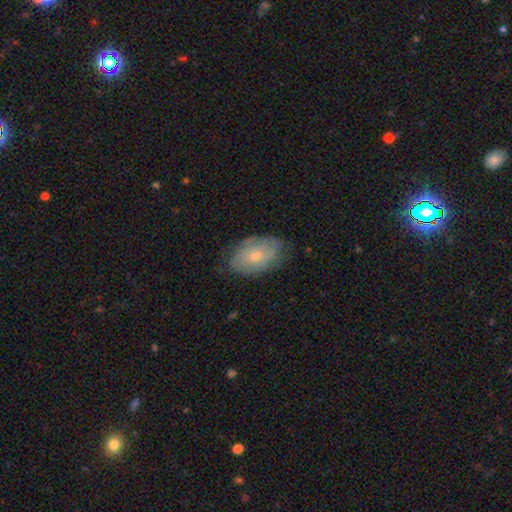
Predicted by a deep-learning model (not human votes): A smooth galaxy with no disk features (47%). Merging: none (70%).